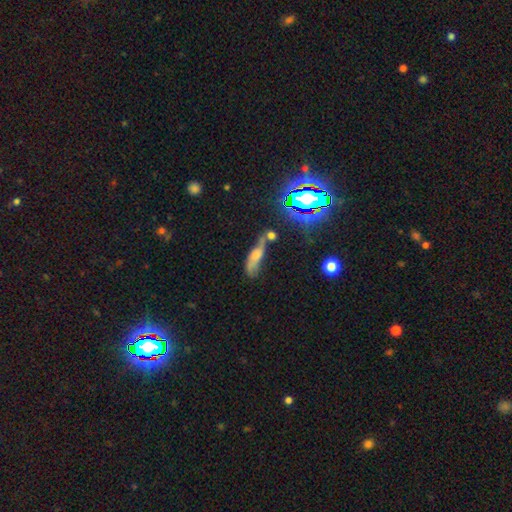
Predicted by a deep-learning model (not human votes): Smooth or featured? Predicted: smooth (p=0.56). How rounded? Predicted: cigar-shaped (p=0.50). Merging? Predicted: none (p=0.32).